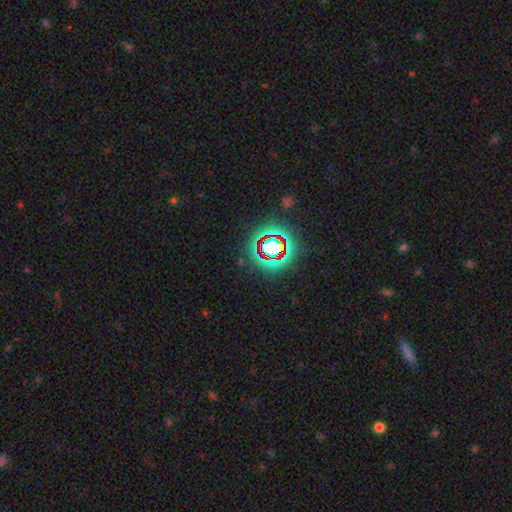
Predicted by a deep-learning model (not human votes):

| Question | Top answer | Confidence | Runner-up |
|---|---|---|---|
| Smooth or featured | star or artifact | 78% | smooth (12%) |